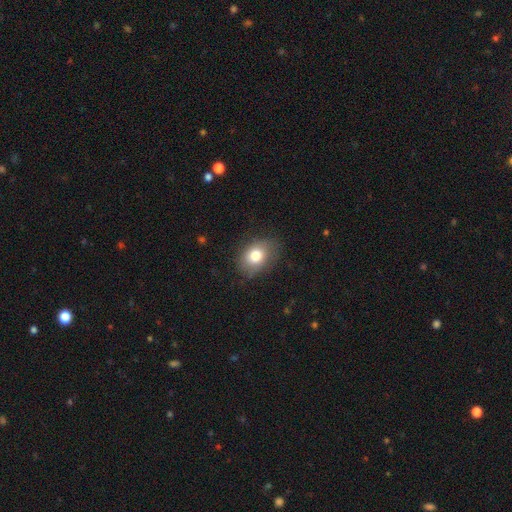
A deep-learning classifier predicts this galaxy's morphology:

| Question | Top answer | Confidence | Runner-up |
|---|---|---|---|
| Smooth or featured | smooth | 77% | featured or disk (14%) |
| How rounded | in between | 68% | round (31%) |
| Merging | none | 75% | minor disturbance (19%) |